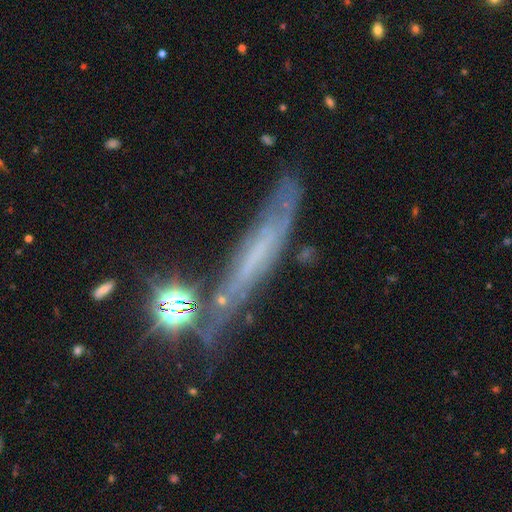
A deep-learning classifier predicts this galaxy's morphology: Smooth or featured?
  - featured or disk: 55% *
  - smooth: 29%
  - star or artifact: 15%
Edge-on disk?
  - yes: 68% *
  - no: 32%
Merging?
  - none: 57% *
  - minor disturbance: 24%
  - major disturbance: 12%
  - merger: 7%